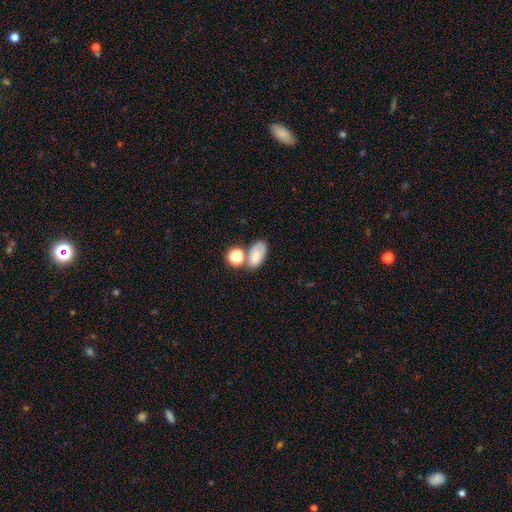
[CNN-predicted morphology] A smooth galaxy with no disk features (74%) that is in between round and cigar-shaped (88%). Merging: none (49%).